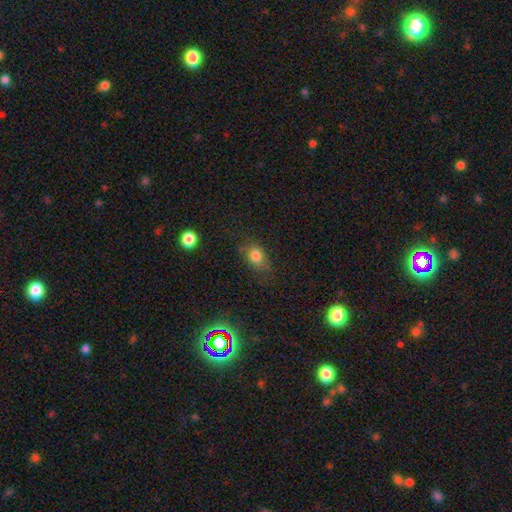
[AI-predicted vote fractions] Smooth or featured? smooth (79%)
How rounded? in between (62%)
Merging? none (66%)